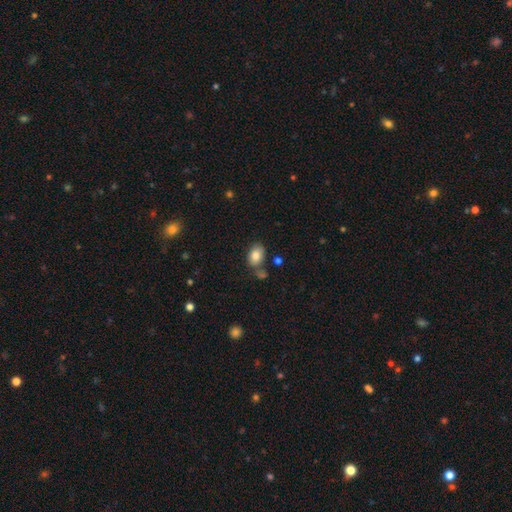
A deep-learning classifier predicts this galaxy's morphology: Smooth or featured? Predicted: smooth (p=0.83). How rounded? Predicted: in between (p=0.83). Merging? Predicted: none (p=0.67).